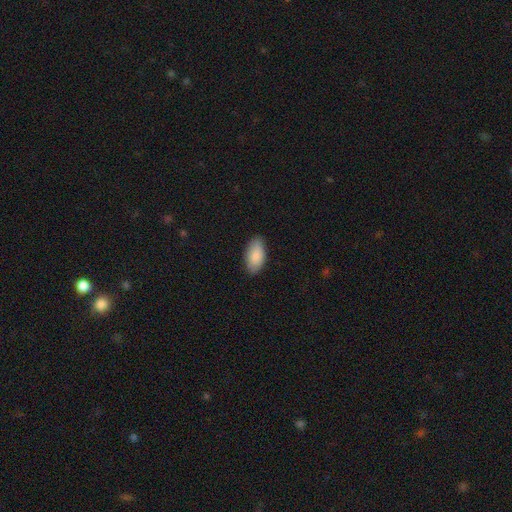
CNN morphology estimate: Smooth or featured: smooth — 88% (featured or disk — 6%)
How rounded: in between — 94% (cigar-shaped — 4%)
Merging: none — 85% (minor disturbance — 12%)